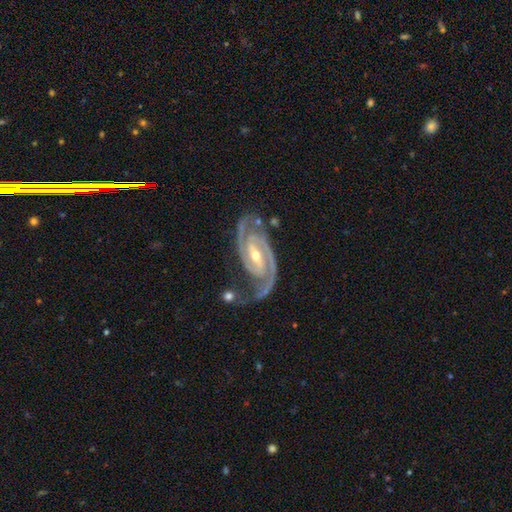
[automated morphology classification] smooth-or-featured: featured or disk: 94% | star or artifact: 4% | smooth: 2%
  disk-edge-on: no: 97% | yes: 3%
    bar: strong: 42% | weak: 38% | no: 20%
    has-spiral-arms: yes: 99% | no: 1%
      spiral-winding: tight: 54% | medium: 41% | loose: 6%
      spiral-arm-count: 2: 87% | 3: 6% | can't tell: 2% | 1: 2% | 4: 2% | more than 4: 1%
    bulge-size: small: 52% | moderate: 46% | large: 1% | none: 1% | dominant: 1%
  merging: none: 70% | minor disturbance: 18% | major disturbance: 7% | merger: 5%